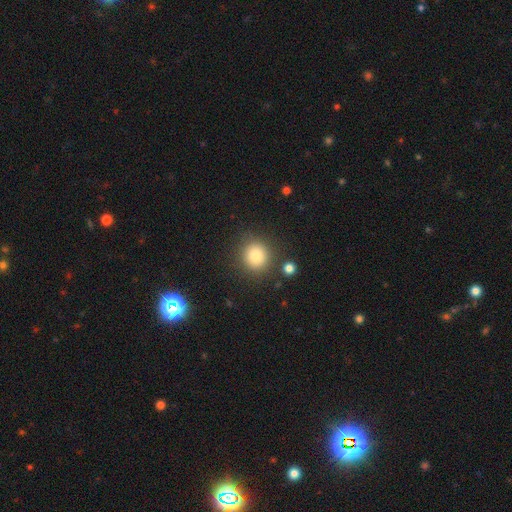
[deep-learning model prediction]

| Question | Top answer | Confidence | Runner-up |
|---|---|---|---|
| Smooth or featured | smooth | 81% | star or artifact (11%) |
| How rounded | round | 86% | in between (13%) |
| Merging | none | 84% | minor disturbance (9%) |